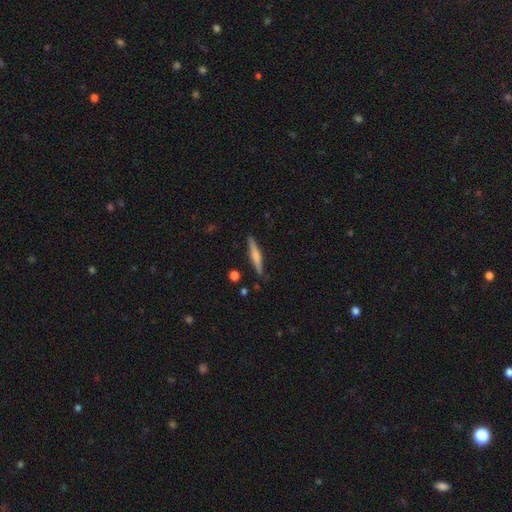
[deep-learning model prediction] Q: Smooth or featured?
A: smooth (48%); runner-up: featured or disk (46%)
Q: Merging?
A: none (88%); runner-up: minor disturbance (9%)